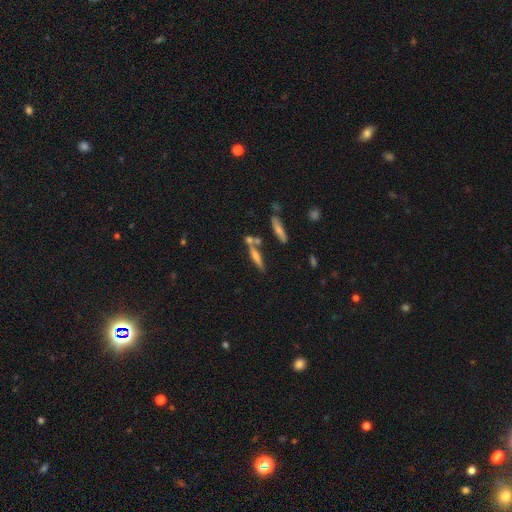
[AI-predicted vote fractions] Smooth or featured? Predicted: smooth (p=0.46). Merging? Predicted: none (p=0.60).